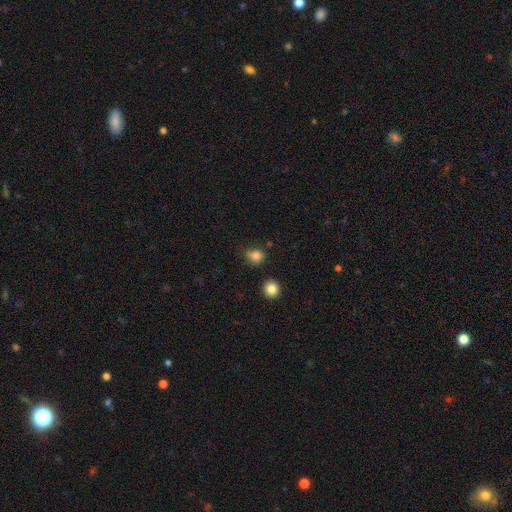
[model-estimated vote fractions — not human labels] A smooth galaxy with no disk features (82%) that is round (72%).

Vote fractions:
- Smooth or featured? smooth: 82% / star or artifact: 13% / featured or disk: 5%
- How rounded? round: 72% / in between: 27% / cigar-shaped: 1%
- Merging? none: 65% / minor disturbance: 24% / major disturbance: 7% / merger: 4%